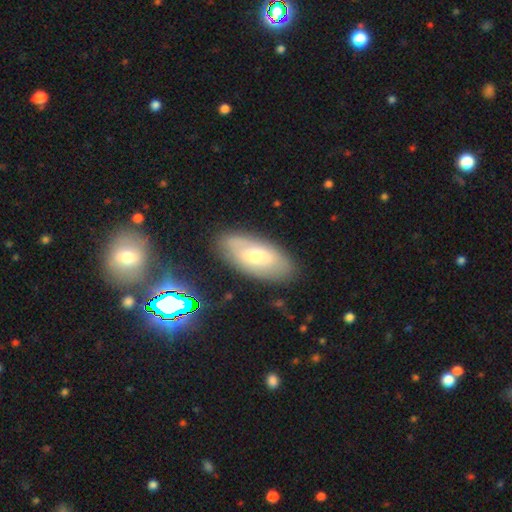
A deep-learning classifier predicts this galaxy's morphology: smooth_or_featured: featured or disk (p=0.48) [alt: smooth p=0.42]
merging: none (p=0.82) [alt: minor disturbance p=0.12]